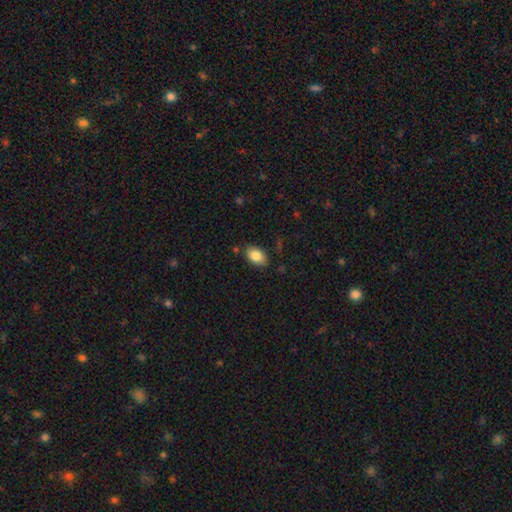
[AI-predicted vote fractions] A smooth galaxy with no disk features (85%) that is in between round and cigar-shaped (89%). Merging: none (83%).